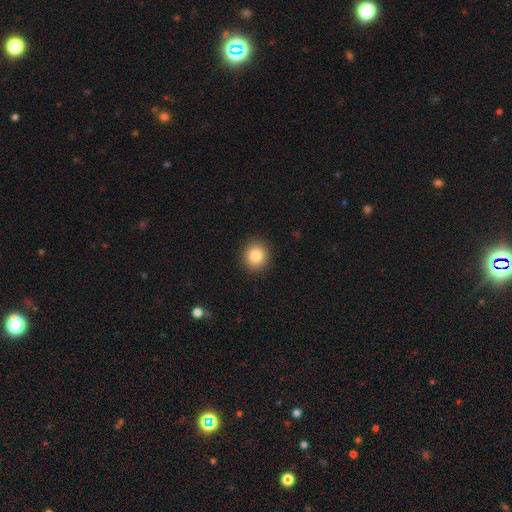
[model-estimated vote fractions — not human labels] This is clearly a smooth galaxy (84%). How rounded: clearly round (87%). Merging: clearly none (92%).